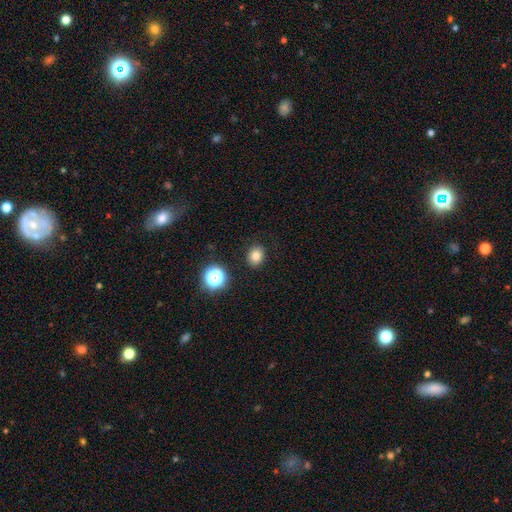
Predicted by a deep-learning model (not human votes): Q: Smooth or featured?
A: smooth (80%); runner-up: star or artifact (14%)
Q: How rounded?
A: round (55%); runner-up: in between (44%)
Q: Merging?
A: none (88%); runner-up: minor disturbance (8%)